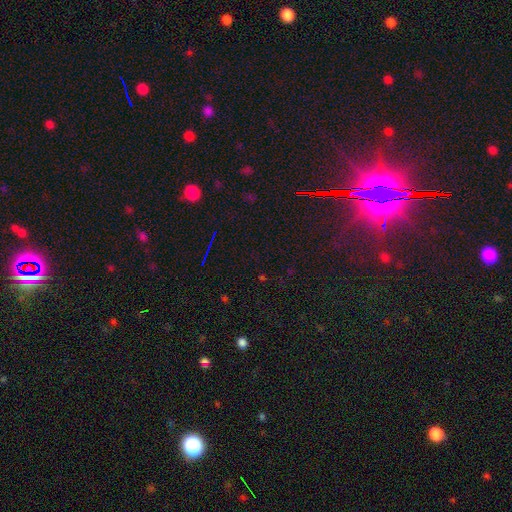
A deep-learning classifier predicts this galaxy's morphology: star or artifact 73%, smooth 19%, featured or disk 9%.